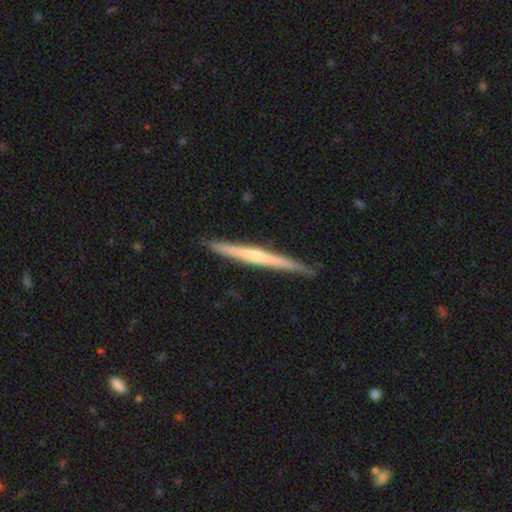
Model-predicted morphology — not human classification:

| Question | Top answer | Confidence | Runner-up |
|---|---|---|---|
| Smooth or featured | featured or disk | 63% | smooth (32%) |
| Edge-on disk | yes | 98% | no (2%) |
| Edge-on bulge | none | 49% | rounded (44%) |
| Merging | none | 89% | minor disturbance (8%) |